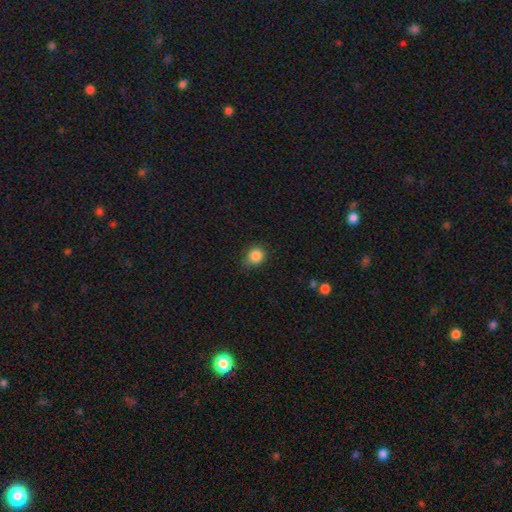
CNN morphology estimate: Q: Smooth or featured?
A: smooth (86%); runner-up: star or artifact (10%)
Q: How rounded?
A: round (77%); runner-up: in between (22%)
Q: Merging?
A: none (74%); runner-up: minor disturbance (21%)